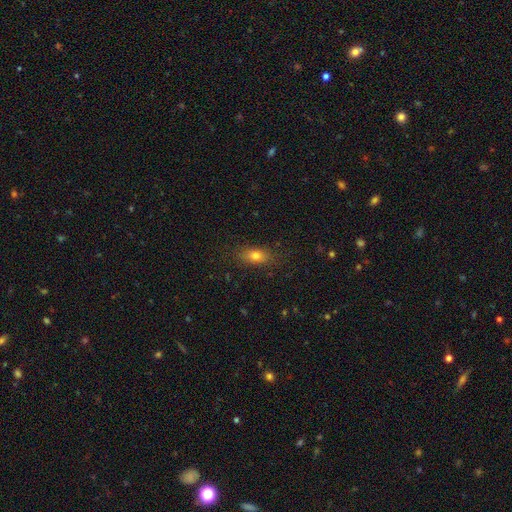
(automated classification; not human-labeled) A smooth galaxy with no disk features (75%) that is in between round and cigar-shaped (72%). Merging: none (83%).